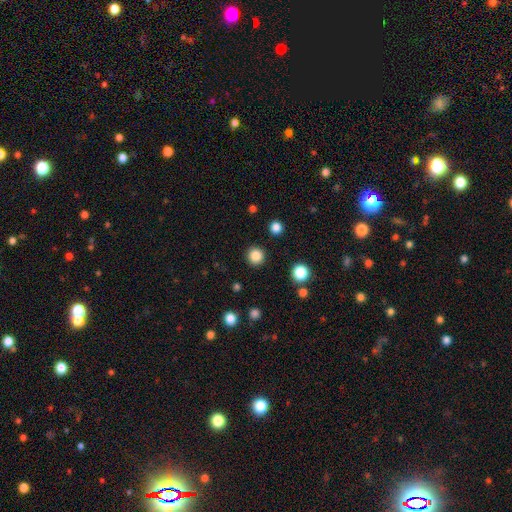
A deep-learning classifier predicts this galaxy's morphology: A smooth galaxy with no disk features (86%) that is round (94%). Merging: none (92%).